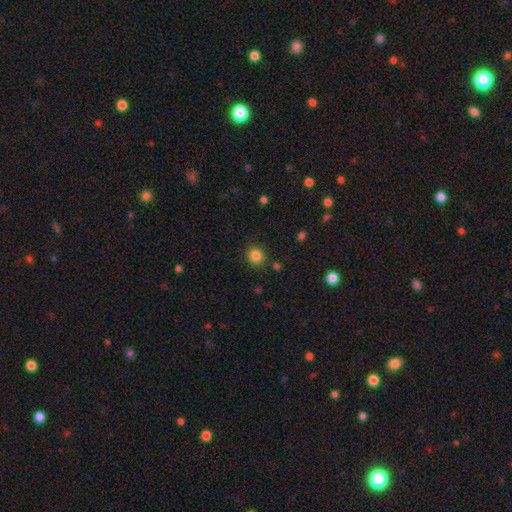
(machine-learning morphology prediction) This is clearly a smooth galaxy (85%). How rounded: clearly round (86%). Merging: clearly none (86%).